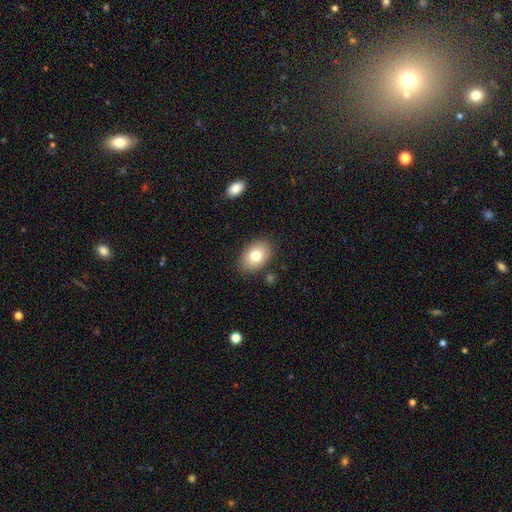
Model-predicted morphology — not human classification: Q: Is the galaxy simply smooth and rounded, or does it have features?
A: smooth — 78%.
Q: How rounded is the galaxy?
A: in between — 81%.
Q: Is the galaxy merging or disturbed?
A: none — 85%.